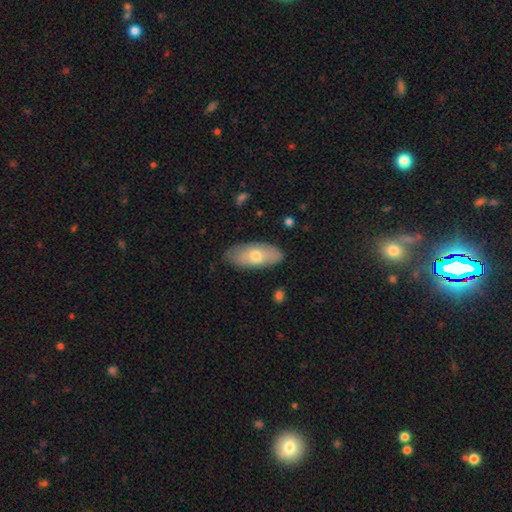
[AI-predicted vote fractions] Morphology: type=smooth (63%); roundness=in between (88%); merging=none (83%).